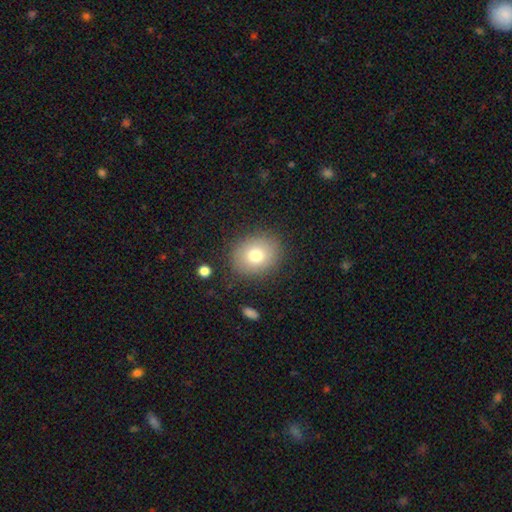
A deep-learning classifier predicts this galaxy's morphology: A smooth galaxy with no disk features (76%) that is round (63%). Merging: none (84%).